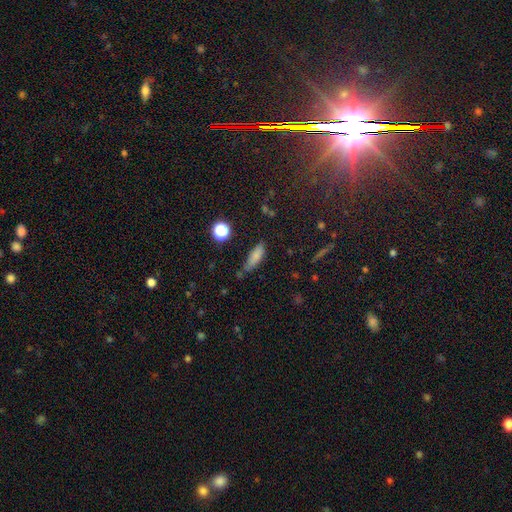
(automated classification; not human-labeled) A smooth galaxy with no disk features (78%) that is in between round and cigar-shaped (62%). Merging: none (60%).